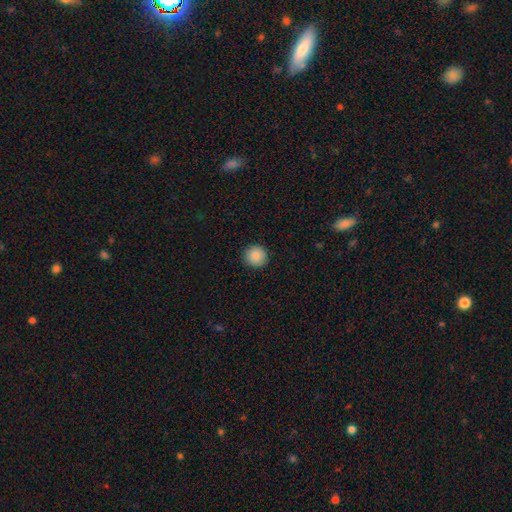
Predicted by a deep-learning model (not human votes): smooth_or_featured: smooth (p=0.89) [alt: star or artifact p=0.09]
how_rounded: round (p=0.94) [alt: in between p=0.05]
merging: none (p=0.92) [alt: minor disturbance p=0.05]